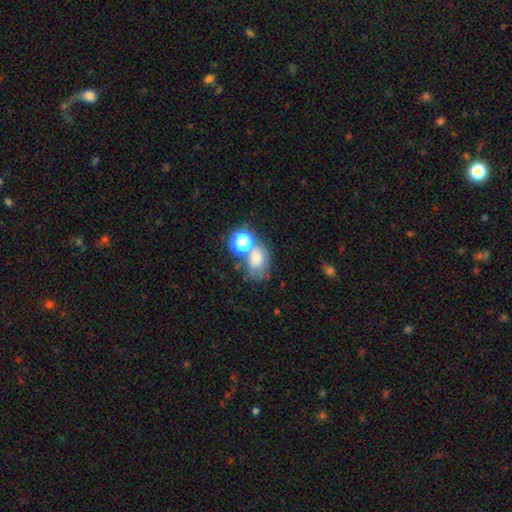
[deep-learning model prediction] A smooth galaxy with no disk features (64%) that is in between round and cigar-shaped (55%). Merging: merger (38%).